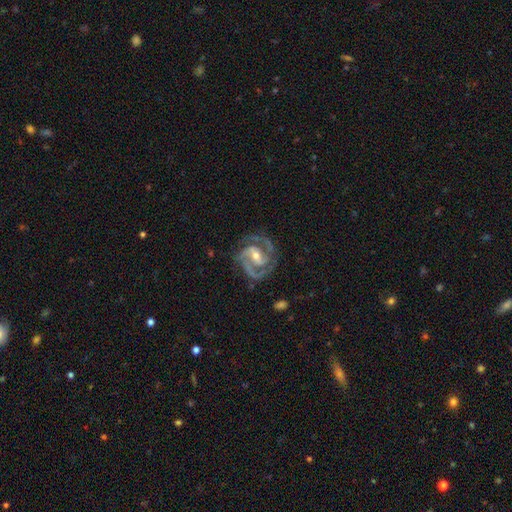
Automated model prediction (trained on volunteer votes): Morphology: type=featured or disk (93%); edge-on=no (98%); bar=weak (44%); spiral arms=yes (99%); winding=medium (50%); arm count=2 (73%); bulge=moderate (52%); merging=none (77%).